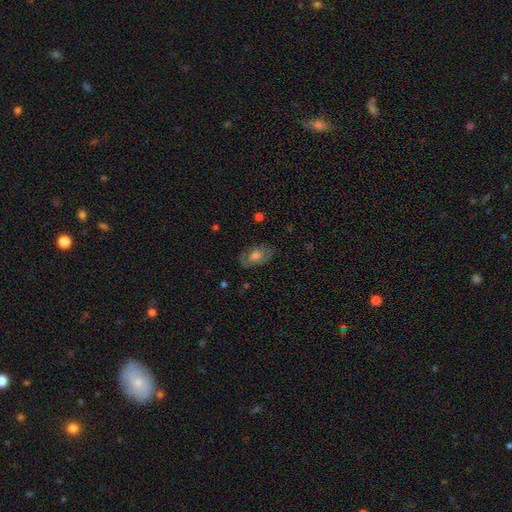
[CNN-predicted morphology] Smooth or featured? featured or disk (48%)
Merging? none (75%)